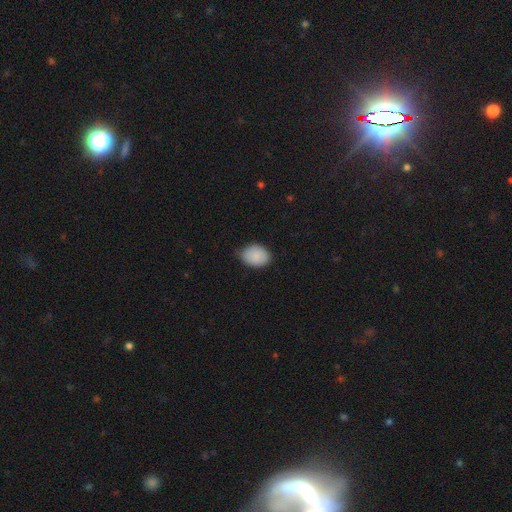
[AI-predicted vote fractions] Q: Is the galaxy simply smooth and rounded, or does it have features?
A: smooth — 88%.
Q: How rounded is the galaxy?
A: in between — 71%.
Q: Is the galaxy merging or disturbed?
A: none — 67%.